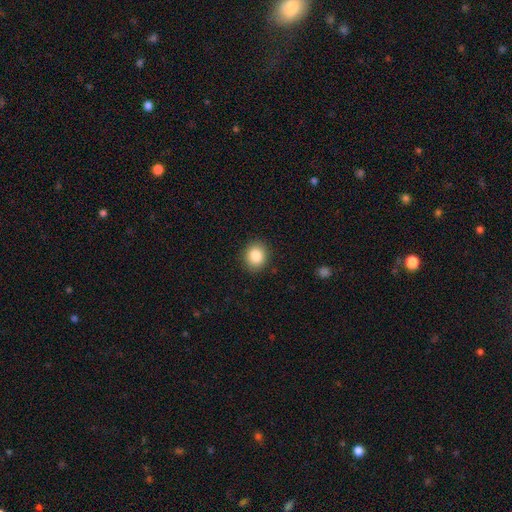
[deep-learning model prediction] This is clearly a smooth galaxy (86%). How rounded: likely round (67%). Merging: clearly none (89%).